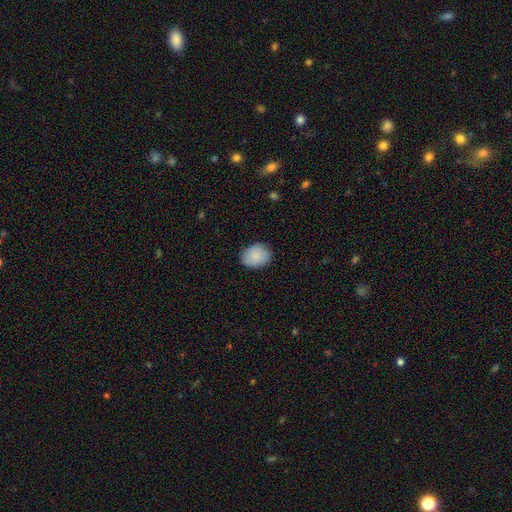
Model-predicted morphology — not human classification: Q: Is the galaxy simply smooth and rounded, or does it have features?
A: smooth — 87%.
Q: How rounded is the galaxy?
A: in between — 61%.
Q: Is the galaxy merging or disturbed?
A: none — 84%.